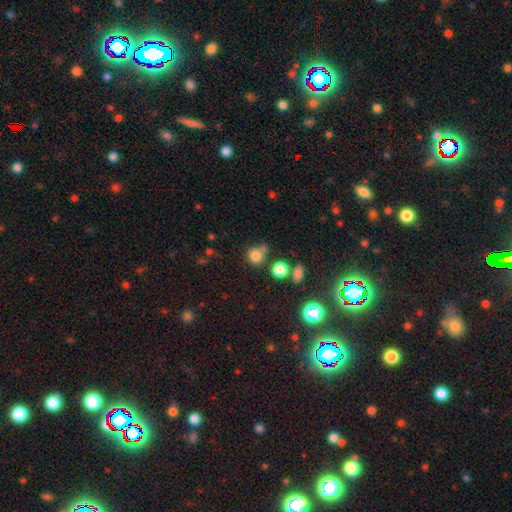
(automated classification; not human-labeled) Smooth or featured? smooth (79%)
How rounded? round (86%)
Merging? none (58%)